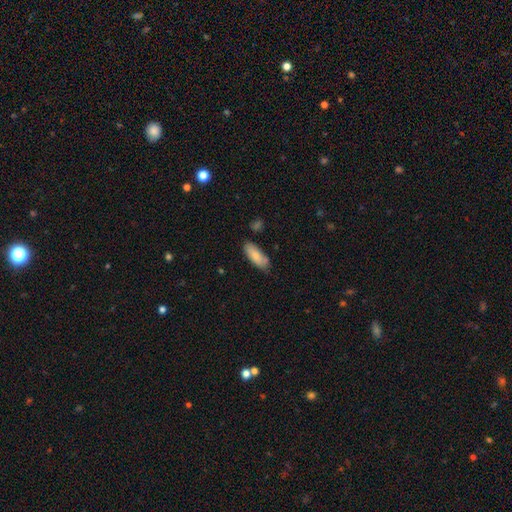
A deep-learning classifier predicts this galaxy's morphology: Smooth or featured? Predicted: smooth (p=0.83). How rounded? Predicted: in between (p=0.74). Merging? Predicted: none (p=0.74).